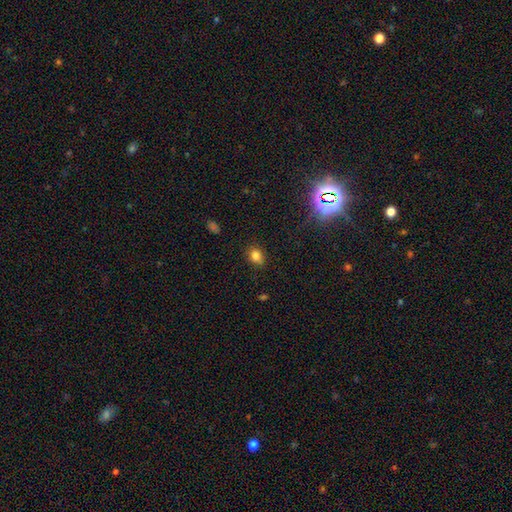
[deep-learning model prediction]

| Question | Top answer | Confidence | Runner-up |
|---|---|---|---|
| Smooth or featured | smooth | 80% | star or artifact (13%) |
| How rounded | in between | 55% | round (44%) |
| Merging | none | 82% | minor disturbance (14%) |